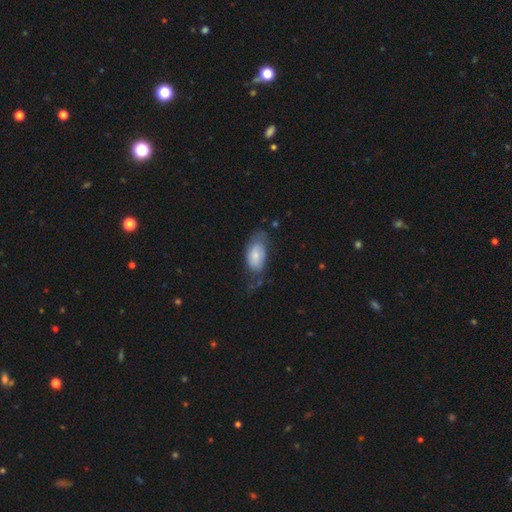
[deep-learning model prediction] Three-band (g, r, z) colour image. It shows a smooth galaxy with no disk features (59%) that is in between round and cigar-shaped (92%). Merging: none (42%).